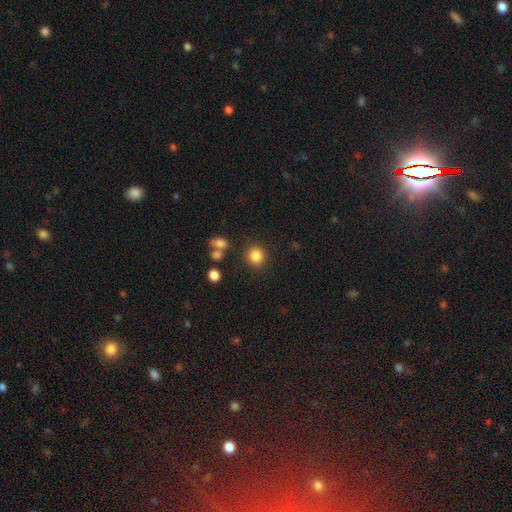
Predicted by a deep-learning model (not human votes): Smooth or featured: smooth — 84% (star or artifact — 11%)
How rounded: round — 86% (in between — 13%)
Merging: none — 84% (minor disturbance — 8%)